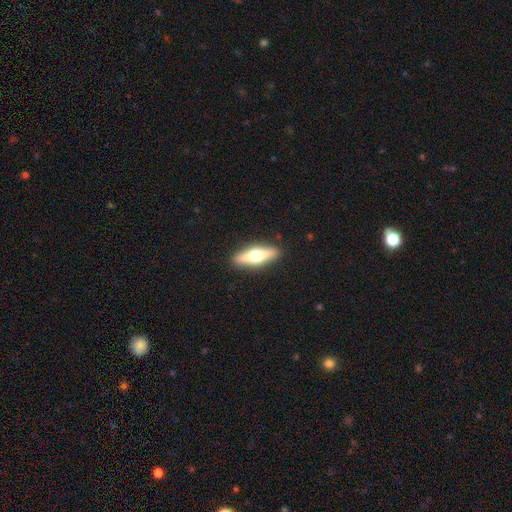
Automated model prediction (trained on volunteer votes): featured or disk 48%, smooth 47%, star or artifact 6%. Down the decision tree: merging — none (90%).